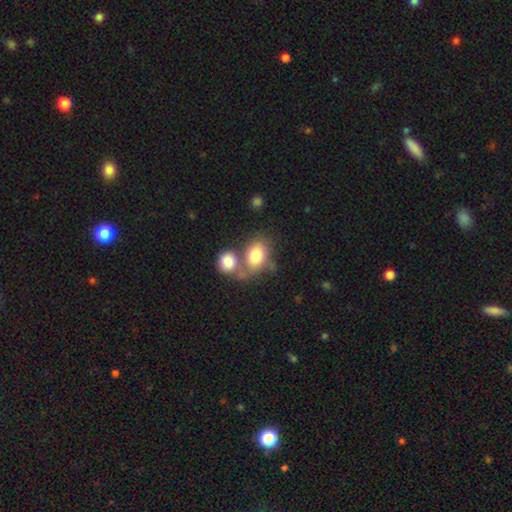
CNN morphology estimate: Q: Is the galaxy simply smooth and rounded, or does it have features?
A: smooth — 78%.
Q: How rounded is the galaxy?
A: in between — 74%.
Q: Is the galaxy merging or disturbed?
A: merger — 55%.